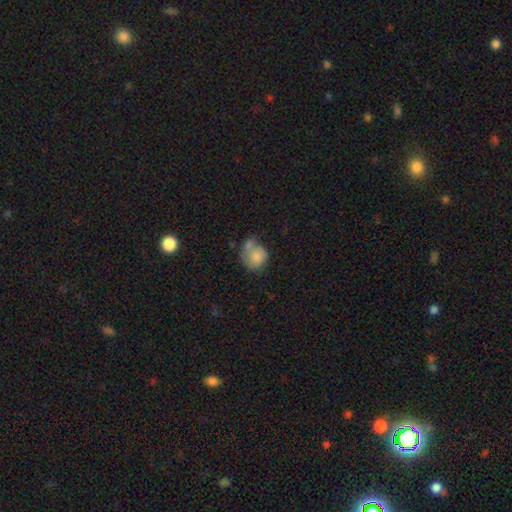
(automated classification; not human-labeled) This is likely a smooth galaxy (73%). How rounded: likely round (71%). Merging: marginally merger (33%).